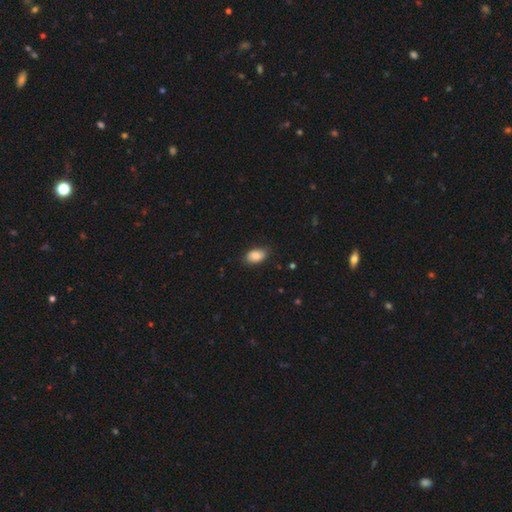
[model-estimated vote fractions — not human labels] smooth-or-featured: smooth: 85% | featured or disk: 8% | star or artifact: 7%
  how-rounded: in between: 90% | round: 9% | cigar-shaped: 2%
  merging: none: 78% | minor disturbance: 18% | major disturbance: 3% | merger: 1%